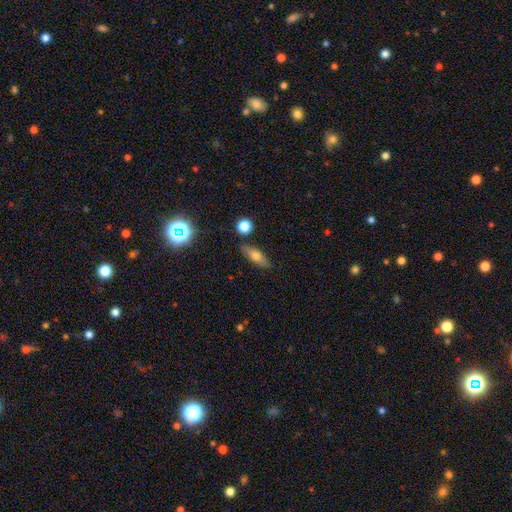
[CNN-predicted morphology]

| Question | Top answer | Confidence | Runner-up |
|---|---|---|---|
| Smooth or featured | smooth | 66% | featured or disk (25%) |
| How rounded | in between | 62% | cigar-shaped (32%) |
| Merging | none | 82% | minor disturbance (12%) |